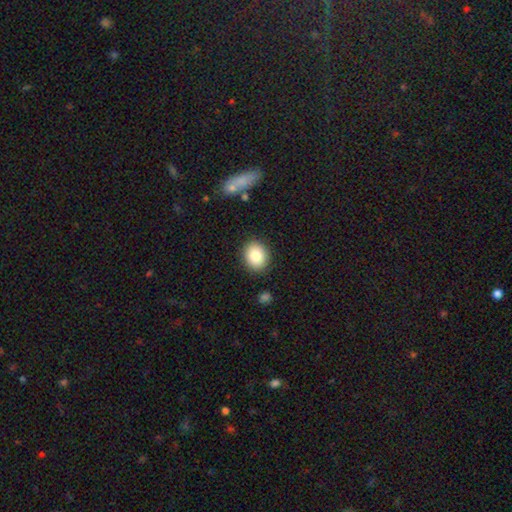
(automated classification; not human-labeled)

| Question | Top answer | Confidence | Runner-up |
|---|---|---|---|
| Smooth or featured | smooth | 83% | star or artifact (9%) |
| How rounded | round | 60% | in between (39%) |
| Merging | none | 88% | minor disturbance (8%) |